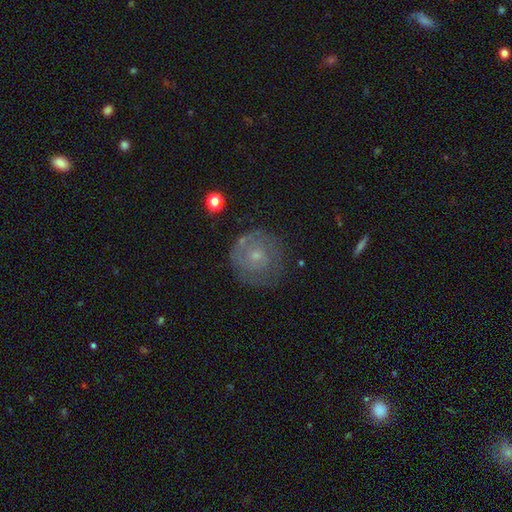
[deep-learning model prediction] Smooth or featured?
  - featured or disk: 56% *
  - smooth: 34%
  - star or artifact: 10%
Edge-on disk?
  - no: 97% *
  - yes: 3%
Bar?
  - no: 81% *
  - weak: 17%
  - strong: 3%
Spiral arms?
  - yes: 68% *
  - no: 32%
Bulge size?
  - small: 67% *
  - moderate: 26%
  - none: 4%
  - large: 2%
  - dominant: 1%
Merging?
  - none: 72% *
  - minor disturbance: 18%
  - major disturbance: 8%
  - merger: 2%